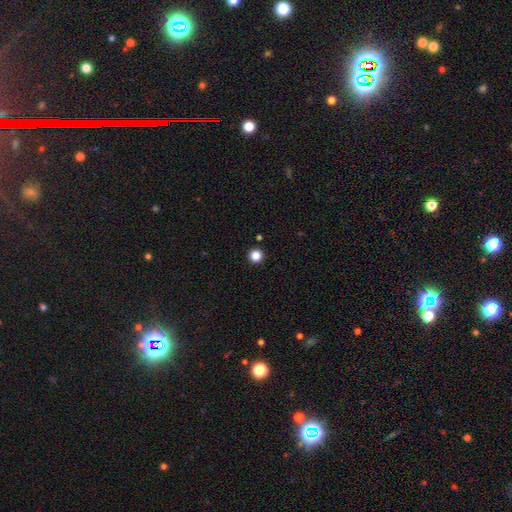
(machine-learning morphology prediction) This appears to be a smooth galaxy with no disk features (85%) that is round (97%). Merging: none (94%).